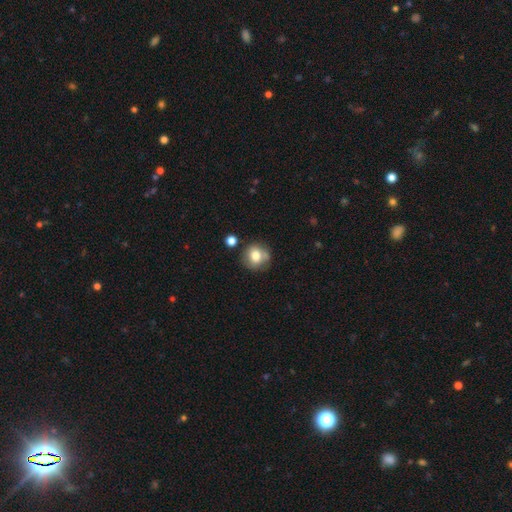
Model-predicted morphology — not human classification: A smooth galaxy with no disk features (76%) that is round (85%). Merging: none (68%).